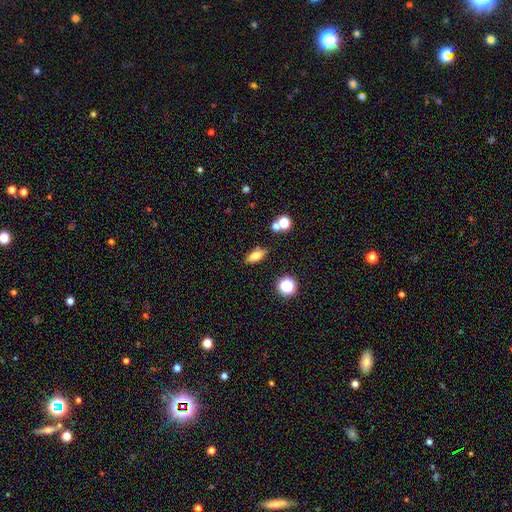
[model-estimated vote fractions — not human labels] This is likely a smooth galaxy (68%). How rounded: likely in between (70%). Merging: clearly none (81%).